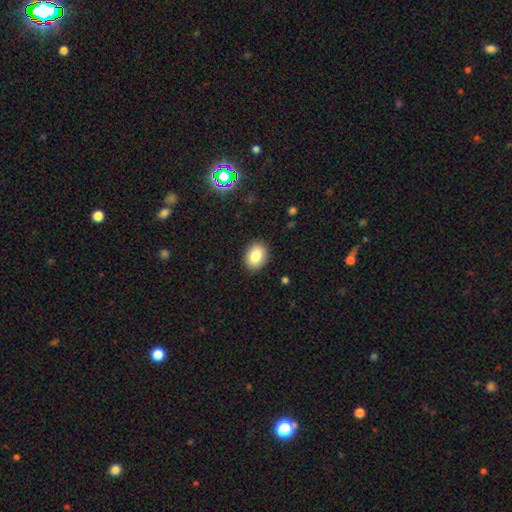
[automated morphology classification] Smooth or featured? Predicted: smooth (p=0.83). How rounded? Predicted: in between (p=0.68). Merging? Predicted: none (p=0.89).